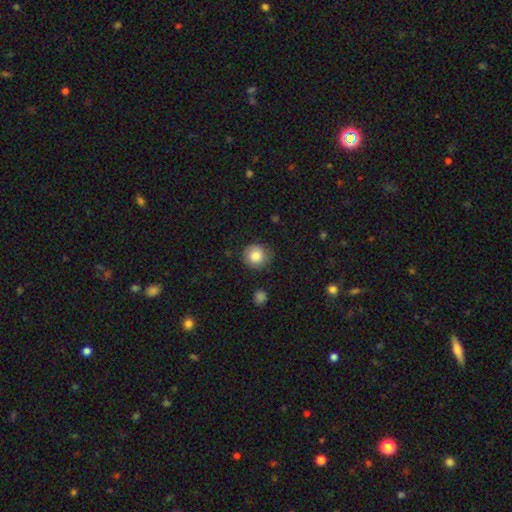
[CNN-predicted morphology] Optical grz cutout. It shows a smooth galaxy with no disk features (84%) that is round (89%). Merging: none (80%).